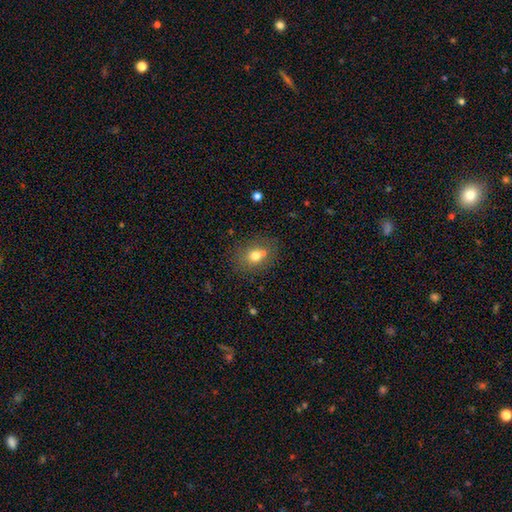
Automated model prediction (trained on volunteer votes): smooth-or-featured: smooth: 71% | featured or disk: 16% | star or artifact: 12%
  how-rounded: round: 53% | in between: 46% | cigar-shaped: 1%
  merging: none: 60% | merger: 22% | minor disturbance: 13% | major disturbance: 5%